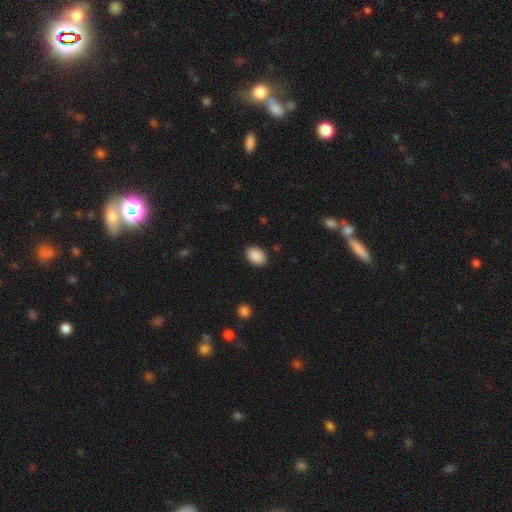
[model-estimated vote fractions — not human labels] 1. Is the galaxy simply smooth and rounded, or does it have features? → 90% smooth, 7% star or artifact, 3% featured or disk.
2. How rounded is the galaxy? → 82% in between, 17% round, 1% cigar-shaped.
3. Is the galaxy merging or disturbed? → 88% none, 9% minor disturbance, 2% major disturbance, 1% merger.